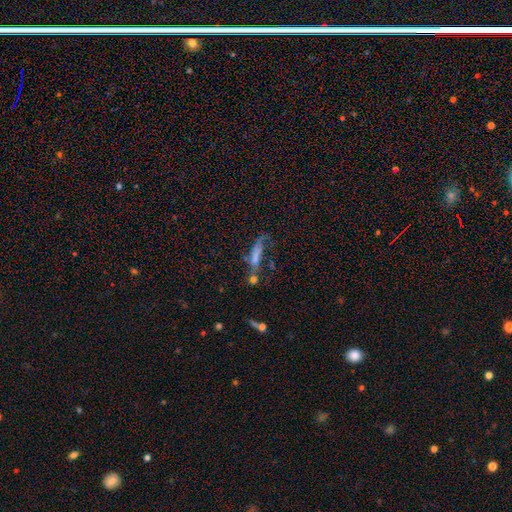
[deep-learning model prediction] A smooth galaxy with no disk features (58%) that is cigar-shaped (70%). Merging: none (33%).